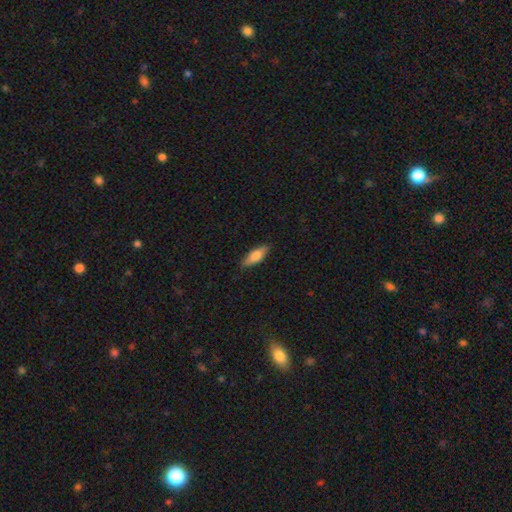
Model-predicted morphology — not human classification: A smooth galaxy with no disk features (73%) that is in between round and cigar-shaped (63%).

Vote fractions:
- Smooth or featured? smooth: 73% / featured or disk: 21% / star or artifact: 6%
- How rounded? in between: 63% / cigar-shaped: 34% / round: 2%
- Merging? none: 85% / minor disturbance: 12% / major disturbance: 2% / merger: 1%